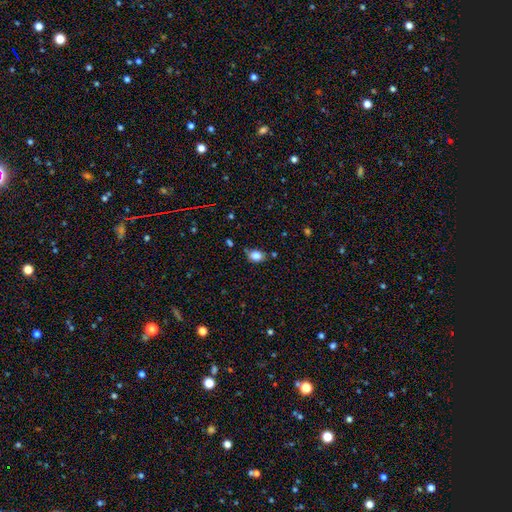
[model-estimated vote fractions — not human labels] smooth 82%, star or artifact 10%, featured or disk 8%. Down the decision tree: how rounded — in between (63%); merging — none (71%).